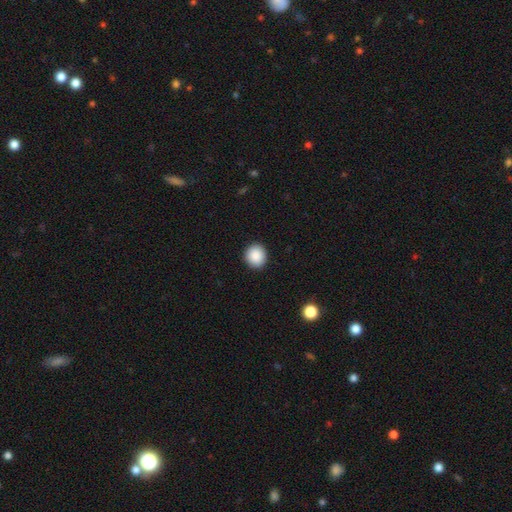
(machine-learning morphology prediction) This is clearly a smooth galaxy (89%). How rounded: clearly round (89%). Merging: clearly none (92%).